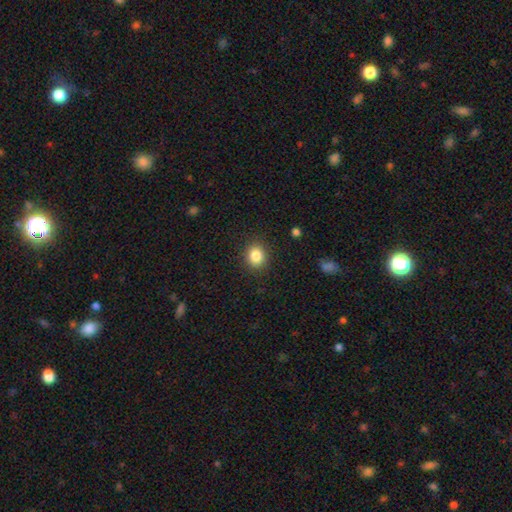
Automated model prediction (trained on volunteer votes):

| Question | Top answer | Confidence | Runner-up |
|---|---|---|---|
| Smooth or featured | smooth | 85% | star or artifact (10%) |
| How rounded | round | 64% | in between (35%) |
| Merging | none | 88% | minor disturbance (9%) |